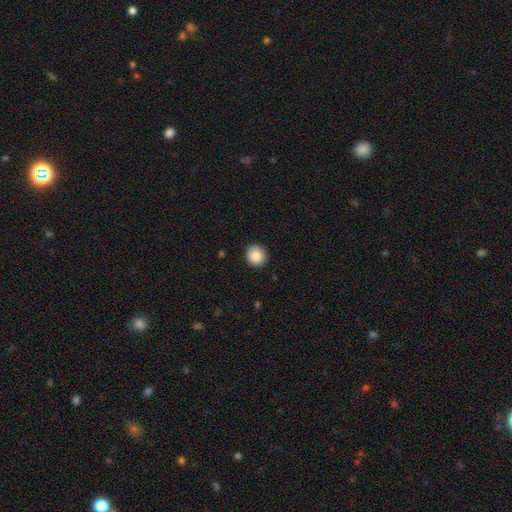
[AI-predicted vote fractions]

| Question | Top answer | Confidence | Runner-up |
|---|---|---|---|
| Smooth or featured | smooth | 87% | star or artifact (8%) |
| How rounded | round | 92% | in between (7%) |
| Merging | none | 92% | minor disturbance (6%) |